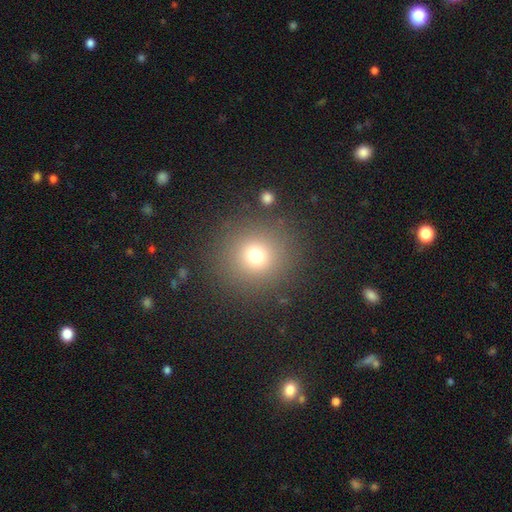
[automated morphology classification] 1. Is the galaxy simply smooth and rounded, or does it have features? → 72% smooth, 18% star or artifact, 10% featured or disk.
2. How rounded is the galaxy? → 93% round, 6% in between, 1% cigar-shaped.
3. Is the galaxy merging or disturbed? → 88% none, 6% minor disturbance, 4% major disturbance, 2% merger.